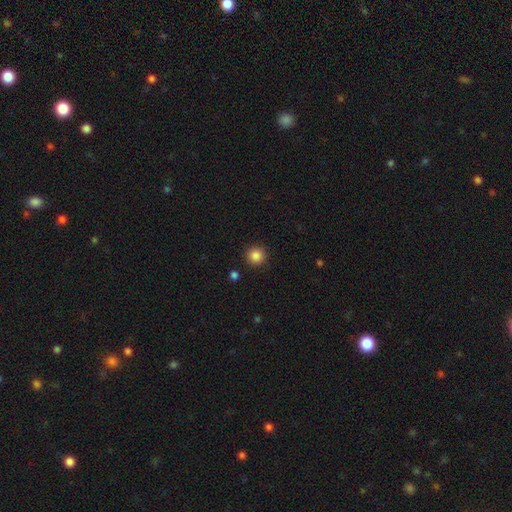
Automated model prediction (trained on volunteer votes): Smooth or featured?
  - smooth: 86% *
  - star or artifact: 11%
  - featured or disk: 3%
How rounded?
  - round: 95% *
  - in between: 4%
  - cigar-shaped: 1%
Merging?
  - none: 91% *
  - minor disturbance: 6%
  - major disturbance: 2%
  - merger: 2%